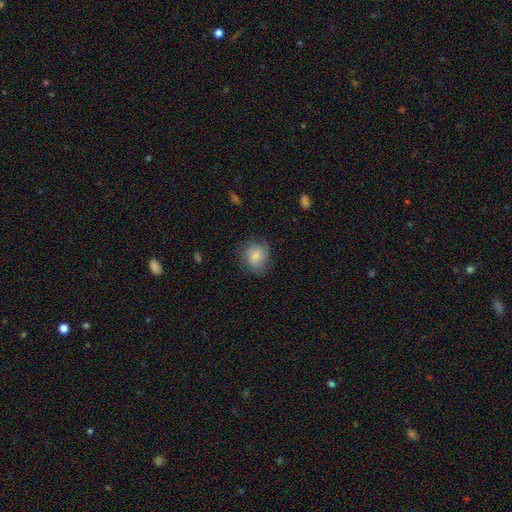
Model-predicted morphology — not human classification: Q: Smooth or featured?
A: smooth (80%); runner-up: featured or disk (13%)
Q: How rounded?
A: round (71%); runner-up: in between (28%)
Q: Merging?
A: none (70%); runner-up: minor disturbance (21%)